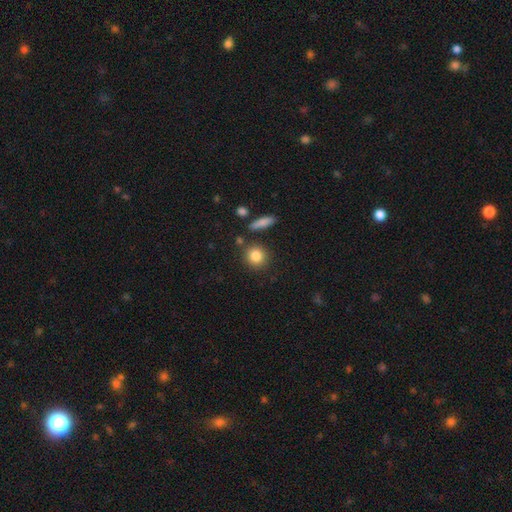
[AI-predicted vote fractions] smooth_or_featured: smooth (p=0.84) [alt: star or artifact p=0.09]
how_rounded: round (p=0.85) [alt: in between p=0.13]
merging: none (p=0.82) [alt: minor disturbance p=0.09]